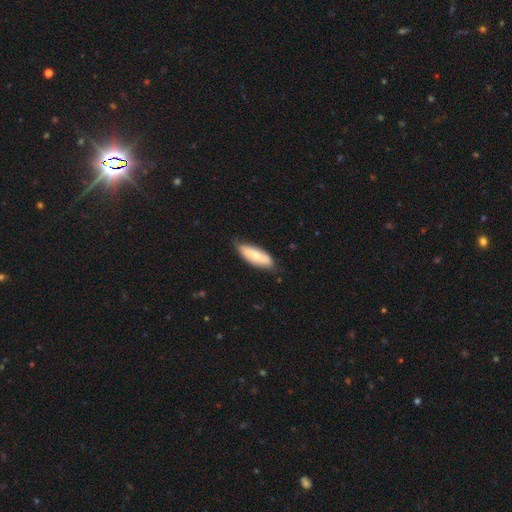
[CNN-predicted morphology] Smooth or featured? Predicted: smooth (p=0.63). How rounded? Predicted: in between (p=0.72). Merging? Predicted: none (p=0.71).